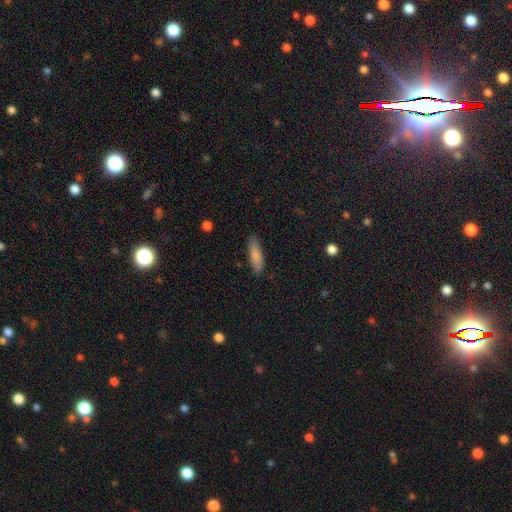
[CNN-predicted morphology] smooth_or_featured: smooth (p=0.83) [alt: featured or disk p=0.11]
how_rounded: cigar-shaped (p=0.57) [alt: in between p=0.42]
merging: none (p=0.82) [alt: minor disturbance p=0.14]